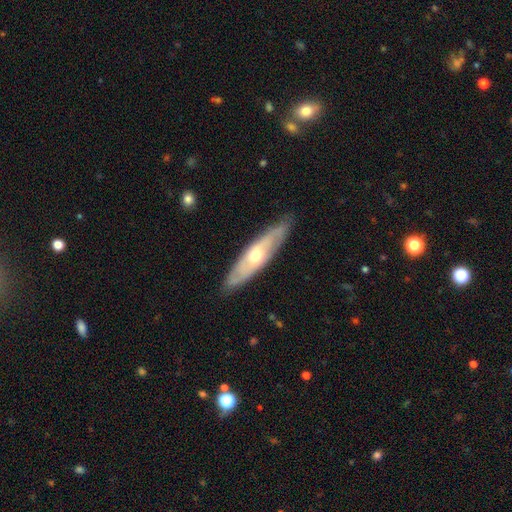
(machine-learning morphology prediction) smooth_or_featured: featured or disk (p=0.61) [alt: smooth p=0.34]
disk_edge_on: no (p=0.56) [alt: yes p=0.44]
merging: none (p=0.83) [alt: minor disturbance p=0.13]